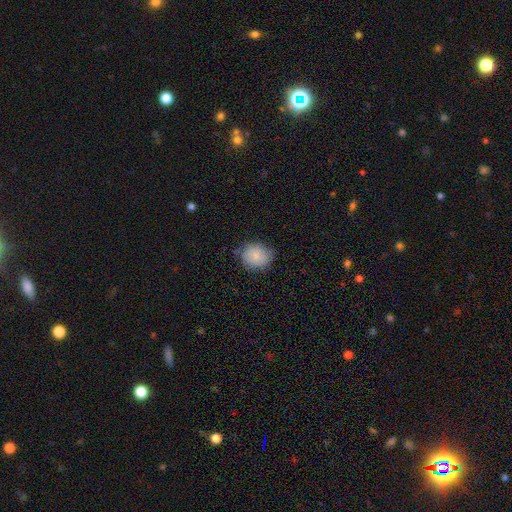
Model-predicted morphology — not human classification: This appears to be a smooth galaxy with no disk features (85%) that is round (66%). Merging: none (73%).